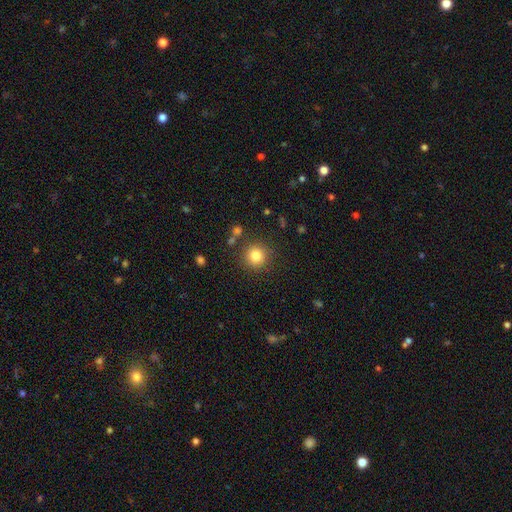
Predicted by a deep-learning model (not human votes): The model was most divided on "smooth or featured": smooth: 82%, star or artifact: 12%, featured or disk: 7%. More confident: how rounded — round (94%); merging — none (85%).